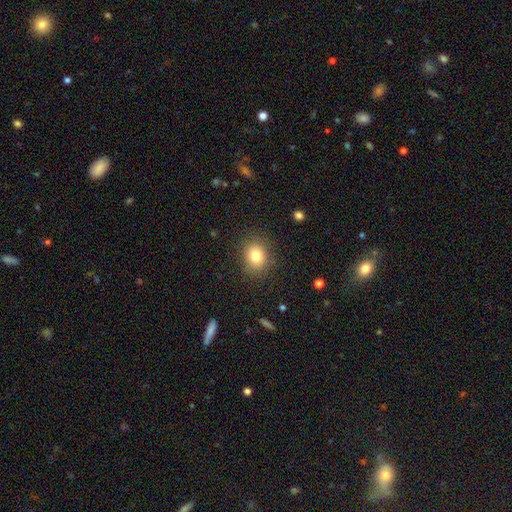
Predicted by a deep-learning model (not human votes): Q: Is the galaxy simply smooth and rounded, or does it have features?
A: smooth — 81%.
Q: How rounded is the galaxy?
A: round — 61%.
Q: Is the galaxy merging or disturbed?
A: none — 86%.